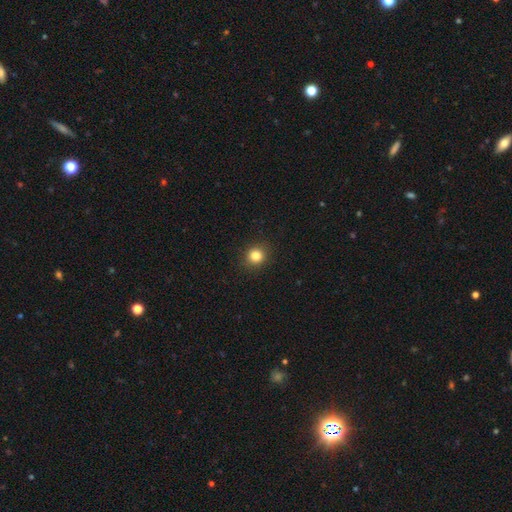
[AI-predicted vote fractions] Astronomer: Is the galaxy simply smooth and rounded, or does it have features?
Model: smooth — 83%.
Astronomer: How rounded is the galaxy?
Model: round — 86%.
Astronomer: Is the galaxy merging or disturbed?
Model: none — 91%.